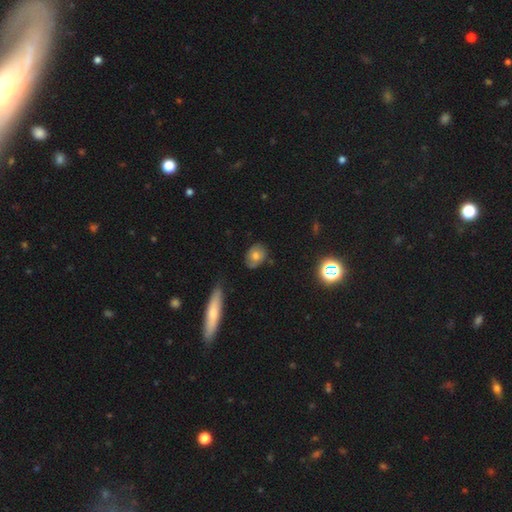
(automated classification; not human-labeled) Smooth or featured? Predicted: smooth (p=0.67). How rounded? Predicted: in between (p=0.53). Merging? Predicted: none (p=0.71).